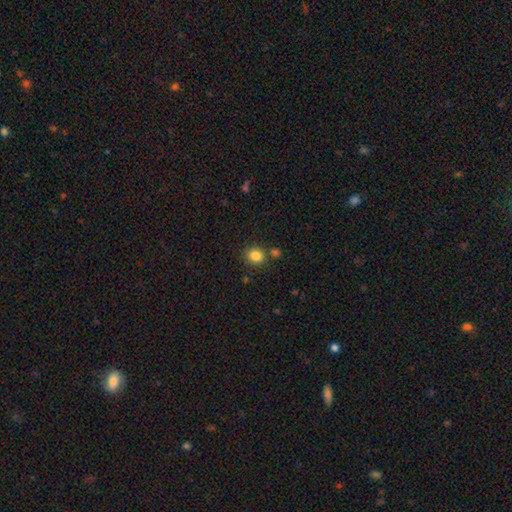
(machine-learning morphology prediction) Overall: smooth (84%). How rounded: round (77%). Merging: none (79%).